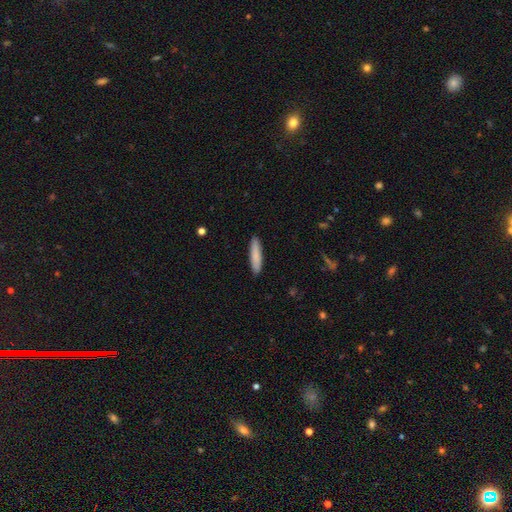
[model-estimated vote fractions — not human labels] smooth 84%, featured or disk 10%, star or artifact 6%. Down the decision tree: how rounded — cigar-shaped (81%); merging — none (90%).